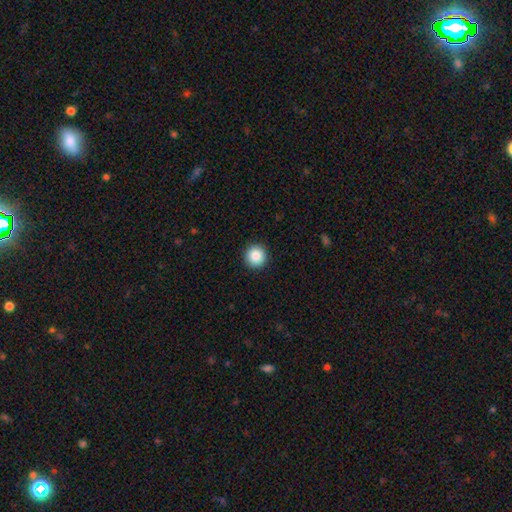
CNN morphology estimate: Smooth or featured?
  - smooth: 87% *
  - star or artifact: 9%
  - featured or disk: 4%
How rounded?
  - round: 96% *
  - in between: 3%
  - cigar-shaped: 1%
Merging?
  - none: 93% *
  - minor disturbance: 5%
  - major disturbance: 1%
  - merger: 1%